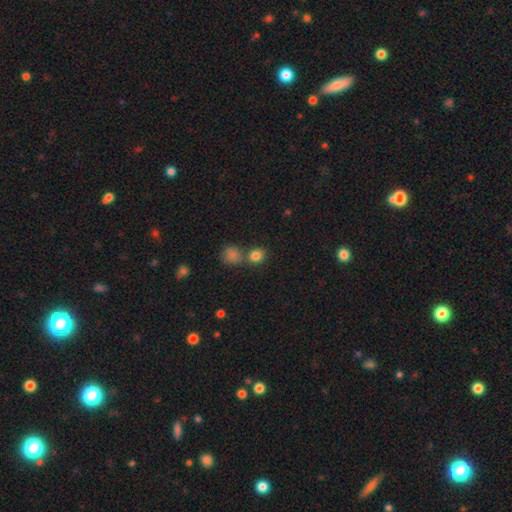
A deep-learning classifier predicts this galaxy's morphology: type=smooth (82%); roundness=round (77%); merging=none (59%).